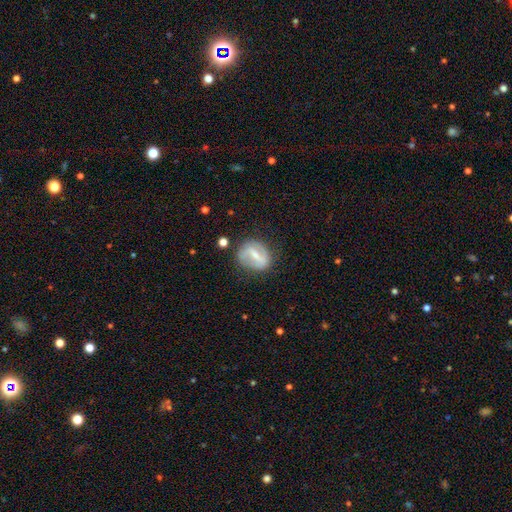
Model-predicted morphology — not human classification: The model was most divided on "bulge size": small: 51%, moderate: 34%, none: 12%, large: 3%, dominant: 1%. More confident: edge-on disk — no (94%); merging — none (69%); smooth or featured — featured or disk (63%); spiral arms — yes (60%); bar — strong (56%).